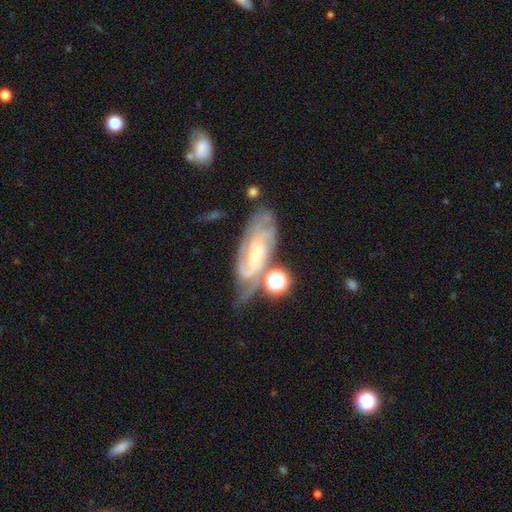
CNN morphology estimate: smooth-or-featured: featured or disk: 84% | smooth: 9% | star or artifact: 7%
  disk-edge-on: no: 93% | yes: 7%
    bar: no: 54% | weak: 34% | strong: 12%
    has-spiral-arms: yes: 96% | no: 4%
      spiral-winding: tight: 61% | medium: 32% | loose: 7%
      spiral-arm-count: can't tell: 28% | 3: 26% | 2: 25% | 4: 11% | more than 4: 5% | 1: 5%
    bulge-size: small: 61% | moderate: 28% | none: 7% | large: 3% | dominant: 1%
  merging: none: 55% | minor disturbance: 23% | major disturbance: 12% | merger: 11%